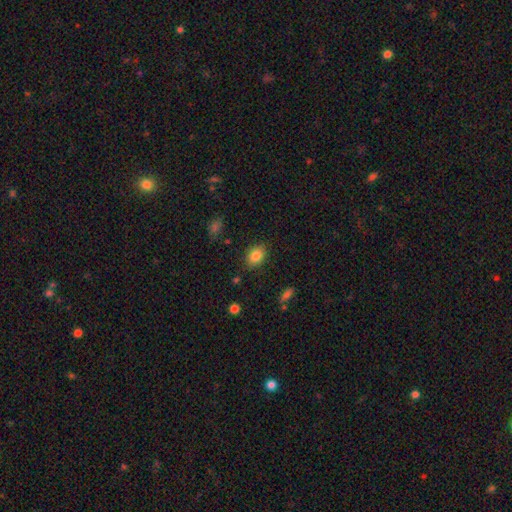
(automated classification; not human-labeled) Smooth or featured?
  - smooth: 84% *
  - star or artifact: 9%
  - featured or disk: 7%
How rounded?
  - in between: 79% *
  - round: 20%
  - cigar-shaped: 1%
Merging?
  - none: 84% *
  - minor disturbance: 12%
  - major disturbance: 3%
  - merger: 2%